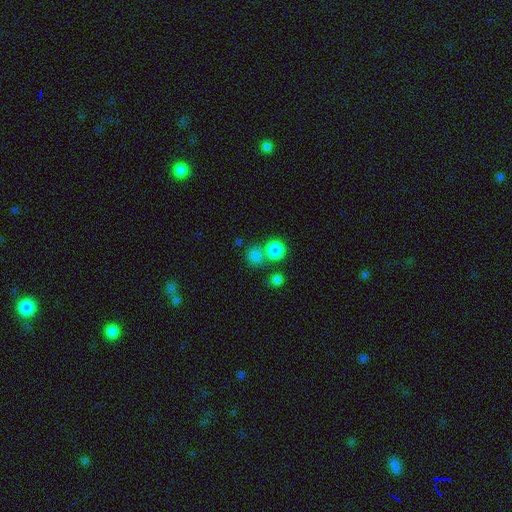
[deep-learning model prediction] Overall: smooth (80%). How rounded: round (87%). Merging: none (62%; merger 27%).